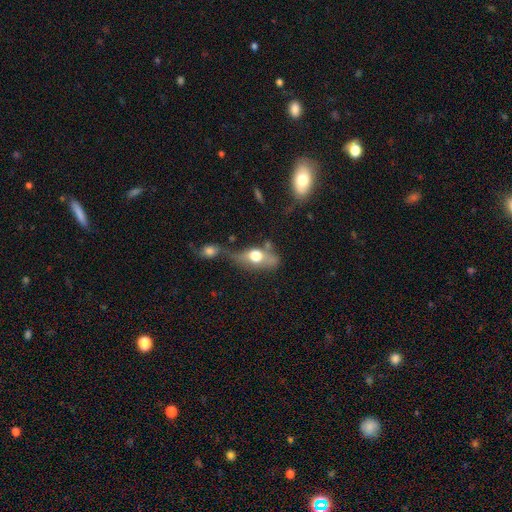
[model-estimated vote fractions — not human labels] smooth 56%, featured or disk 34%, star or artifact 10%. Down the decision tree: how rounded — in between (71%); merging — none (33%).